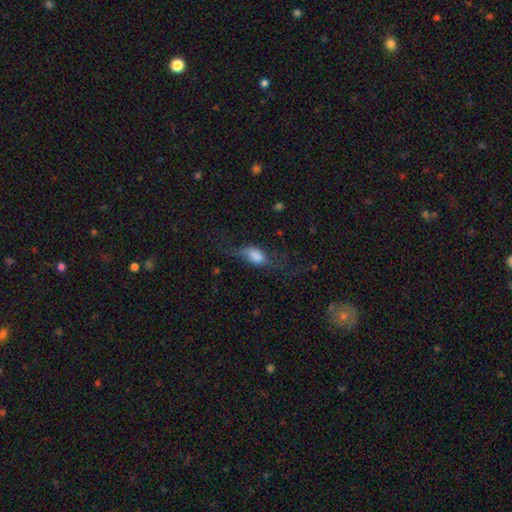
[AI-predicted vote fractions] A smooth galaxy with no disk features (64%) that is in between round and cigar-shaped (81%).

Vote fractions:
- Smooth or featured? smooth: 64% / featured or disk: 26% / star or artifact: 10%
- How rounded? in between: 81% / cigar-shaped: 11% / round: 8%
- Merging? major disturbance: 38% / none: 35% / minor disturbance: 23% / merger: 3%